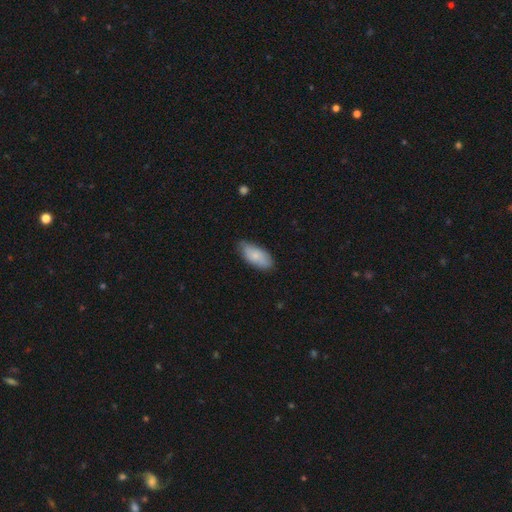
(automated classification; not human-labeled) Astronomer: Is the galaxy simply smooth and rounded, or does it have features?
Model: smooth — 79%.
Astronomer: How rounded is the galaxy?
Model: in between — 90%.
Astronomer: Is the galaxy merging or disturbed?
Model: none — 73%.